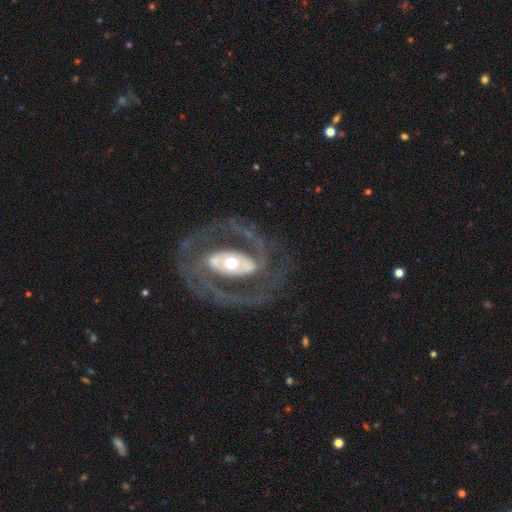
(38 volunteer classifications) Volunteers were most divided on "spiral winding" (2-way tie): tight: 48%, medium: 48%, loose: 4%. Remaining: edge-on disk — no (94%); smooth or featured — featured or disk (84%); spiral arms — yes (83%); merging — none (75%); spiral arm count — 2 (68%); bulge size — small (50%); bar — strong (47%).